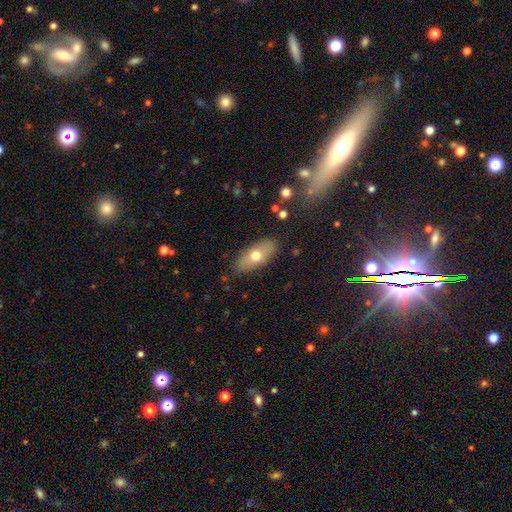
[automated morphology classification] smooth-or-featured: smooth: 66% | featured or disk: 27% | star or artifact: 7%
  how-rounded: in between: 84% | cigar-shaped: 11% | round: 5%
  merging: none: 85% | minor disturbance: 11% | major disturbance: 3% | merger: 1%